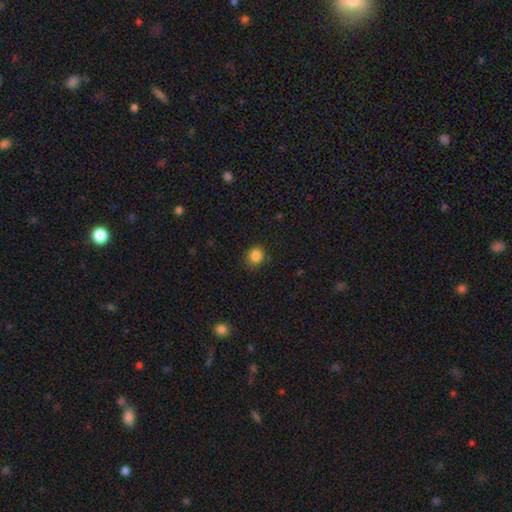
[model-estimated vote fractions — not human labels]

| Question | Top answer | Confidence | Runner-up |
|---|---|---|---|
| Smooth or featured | smooth | 85% | star or artifact (11%) |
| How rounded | round | 84% | in between (15%) |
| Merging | none | 84% | minor disturbance (12%) |